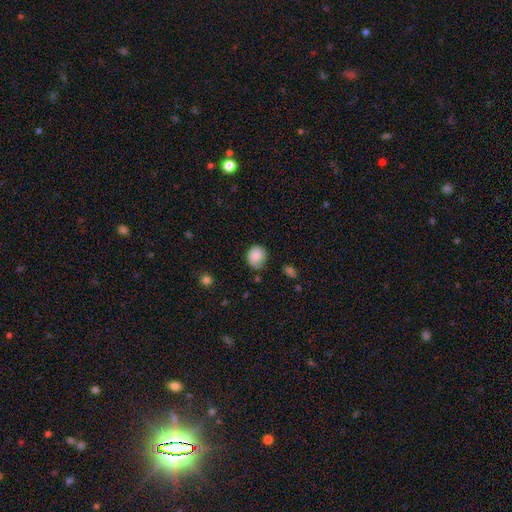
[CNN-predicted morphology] Smooth or featured?
  - smooth: 87% *
  - star or artifact: 8%
  - featured or disk: 5%
How rounded?
  - round: 69% *
  - in between: 30%
  - cigar-shaped: 1%
Merging?
  - none: 70% *
  - minor disturbance: 23%
  - major disturbance: 5%
  - merger: 2%